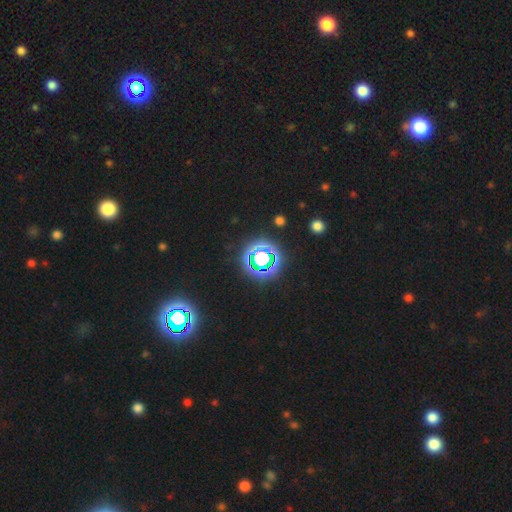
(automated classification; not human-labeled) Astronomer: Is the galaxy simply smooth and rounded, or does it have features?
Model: star or artifact — 79%.